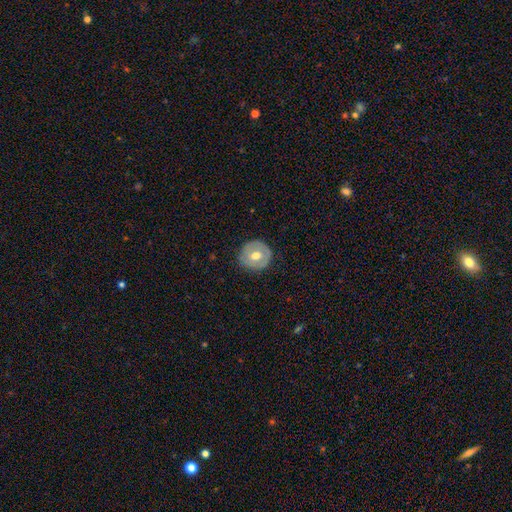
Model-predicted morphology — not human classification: smooth-or-featured: smooth: 53% | featured or disk: 41% | star or artifact: 6%
  how-rounded: round: 91% | in between: 8% | cigar-shaped: 1%
  merging: none: 83% | minor disturbance: 13% | major disturbance: 3% | merger: 1%